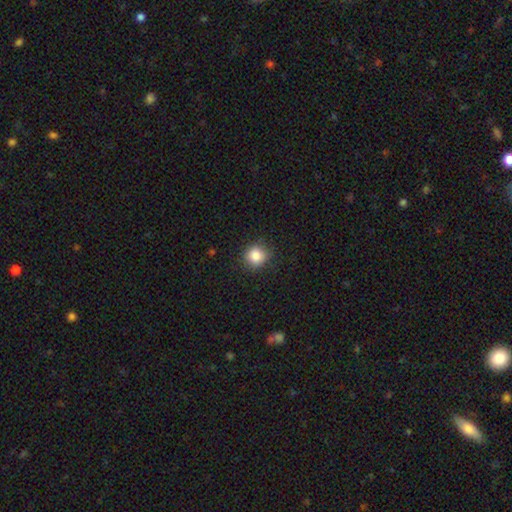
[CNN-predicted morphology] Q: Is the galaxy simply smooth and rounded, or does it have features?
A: smooth — 85%.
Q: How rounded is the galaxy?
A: round — 88%.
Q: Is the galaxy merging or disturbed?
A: none — 85%.